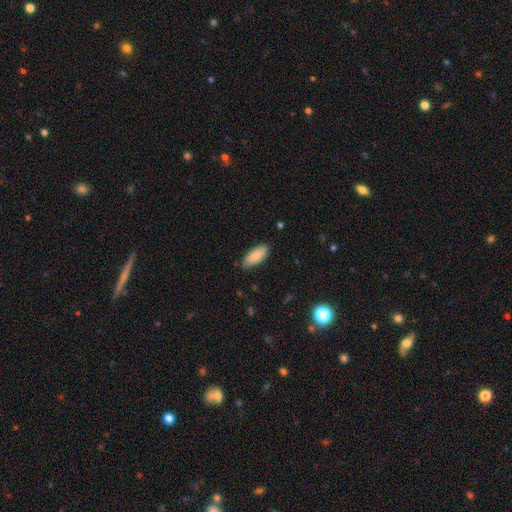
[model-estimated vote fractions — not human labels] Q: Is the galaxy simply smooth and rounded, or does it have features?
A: smooth — 85%.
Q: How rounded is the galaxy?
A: in between — 87%.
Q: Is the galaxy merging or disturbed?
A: none — 80%.